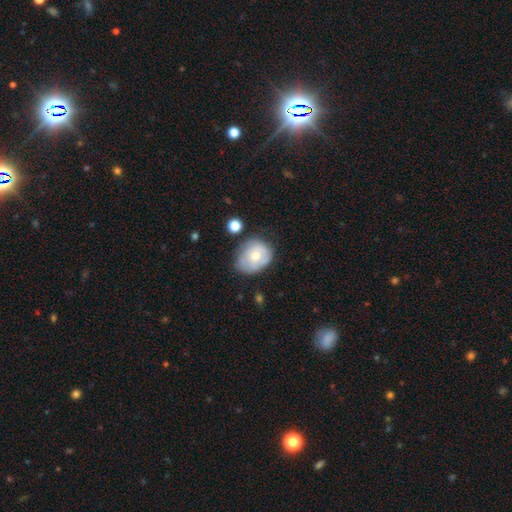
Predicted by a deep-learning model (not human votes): Smooth or featured? smooth (59%)
How rounded? round (55%)
Merging? none (52%)